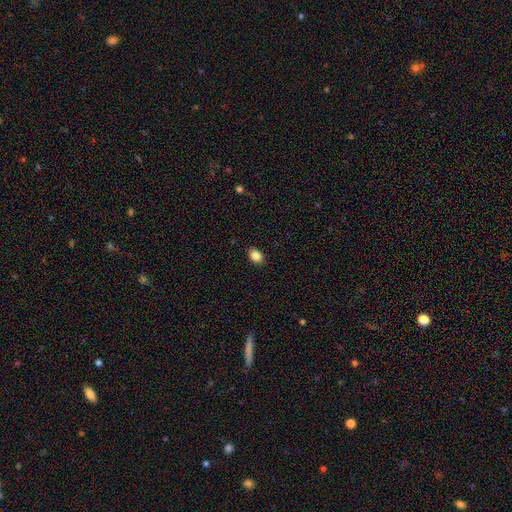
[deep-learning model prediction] smooth 86%, star or artifact 9%, featured or disk 5%. Down the decision tree: how rounded — in between (71%); merging — none (89%).